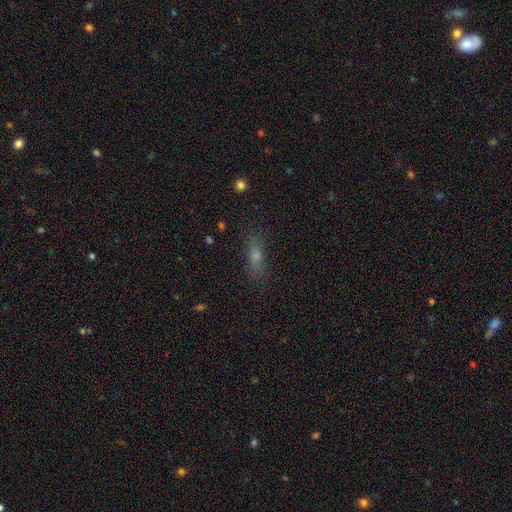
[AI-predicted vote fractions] The model was most divided on "how rounded": cigar-shaped: 52%, in between: 43%, round: 5%. More confident: merging — none (81%); smooth or featured — smooth (58%).